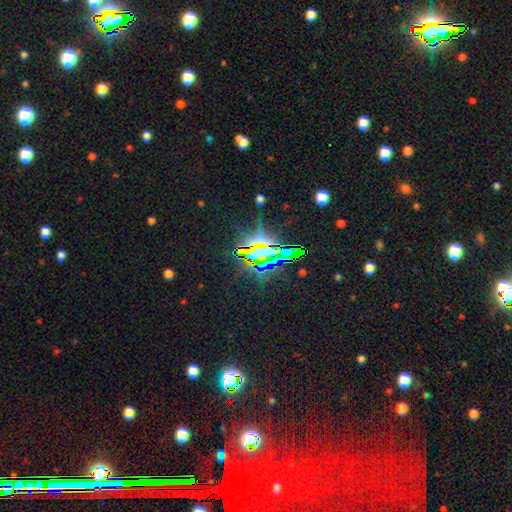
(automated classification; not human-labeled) A star or artifact, not a galaxy (77%).